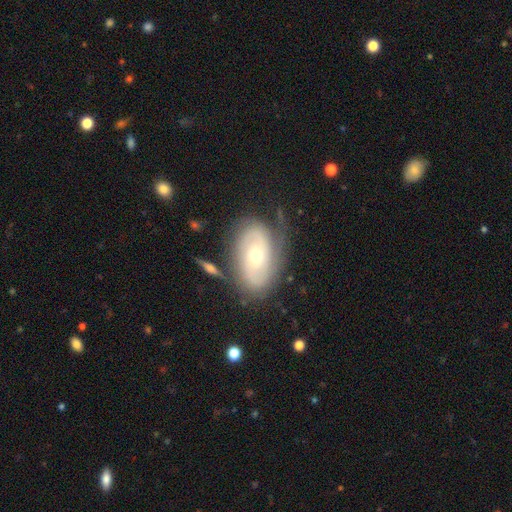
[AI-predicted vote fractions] This is likely a featured or disk galaxy (69%). It is clearly not viewed edge-on (94%). Bar: likely no (72%). Spiral arm pattern: clearly yes (82%). Spiral arm count: possibly 2 (53%). Spiral winding: possibly tight (55%). Central bulge: possibly moderate (59%). Merging: likely none (63%).